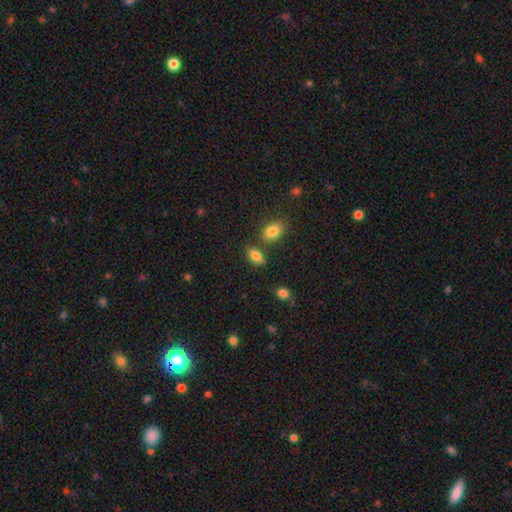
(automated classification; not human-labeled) Smooth or featured? smooth (81%)
How rounded? in between (86%)
Merging? none (74%)